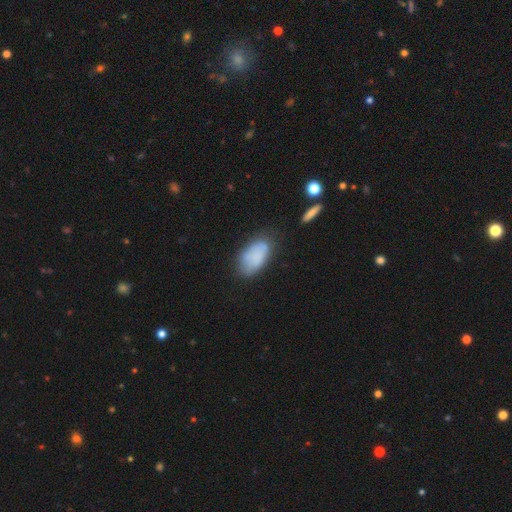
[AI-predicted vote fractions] smooth 76%, featured or disk 16%, star or artifact 8%. Down the decision tree: how rounded — in between (93%); merging — none (61%).